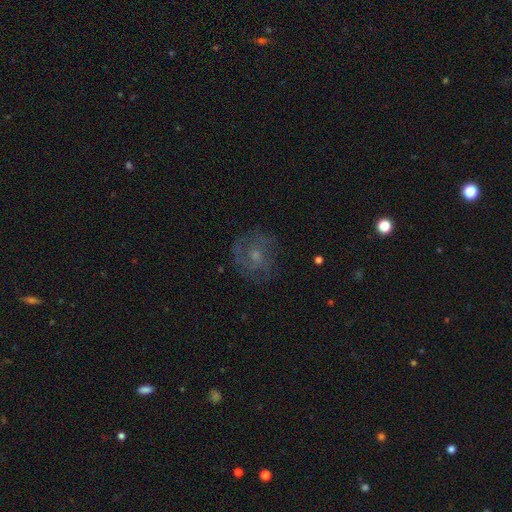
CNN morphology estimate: This is possibly a featured or disk galaxy (59%). It is clearly not viewed edge-on (97%). Bar: likely no (73%). Spiral arm pattern: likely yes (76%). Central bulge: possibly small (55%). Merging: likely none (71%).